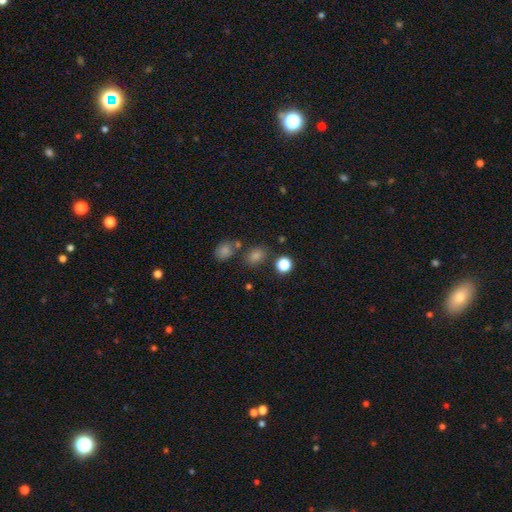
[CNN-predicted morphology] Q: Smooth or featured?
A: smooth (71%); runner-up: star or artifact (22%)
Q: How rounded?
A: round (52%); runner-up: in between (47%)
Q: Merging?
A: none (72%); runner-up: merger (14%)